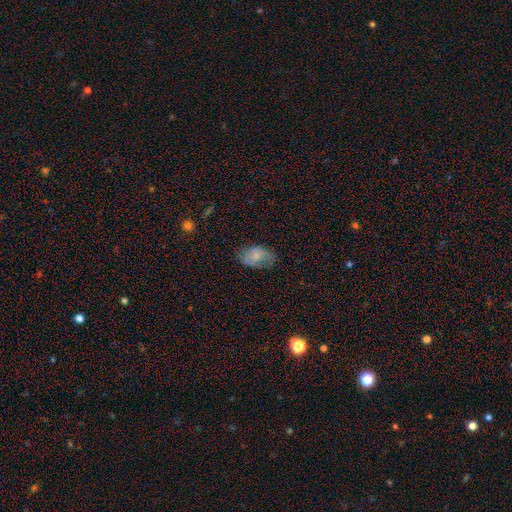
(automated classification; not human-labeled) Q: Smooth or featured?
A: smooth (73%); runner-up: featured or disk (20%)
Q: How rounded?
A: in between (91%); runner-up: round (7%)
Q: Merging?
A: none (62%); runner-up: minor disturbance (28%)